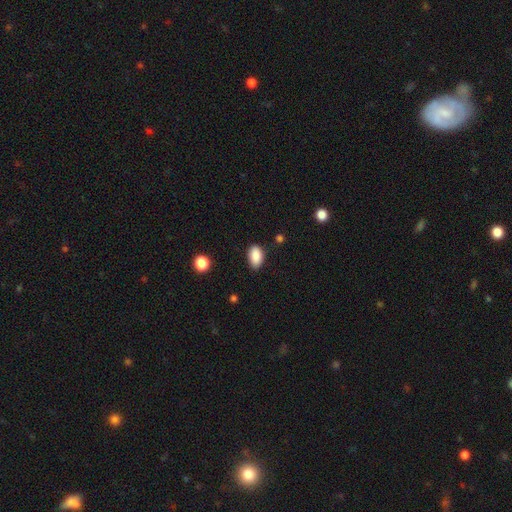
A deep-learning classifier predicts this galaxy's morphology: This appears to be a smooth galaxy with no disk features (89%) that is in between round and cigar-shaped (91%). Merging: none (82%).